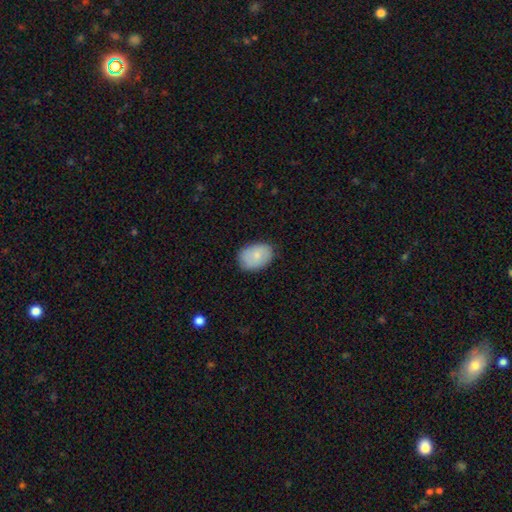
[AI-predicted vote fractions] smooth-or-featured: smooth: 79% | featured or disk: 14% | star or artifact: 6%
  how-rounded: in between: 79% | round: 20% | cigar-shaped: 1%
  merging: none: 80% | minor disturbance: 16% | major disturbance: 3% | merger: 1%